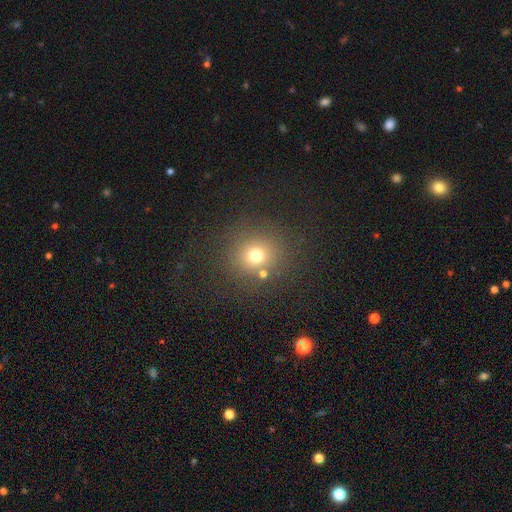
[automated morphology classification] Smooth or featured? smooth (70%)
How rounded? round (88%)
Merging? none (81%)